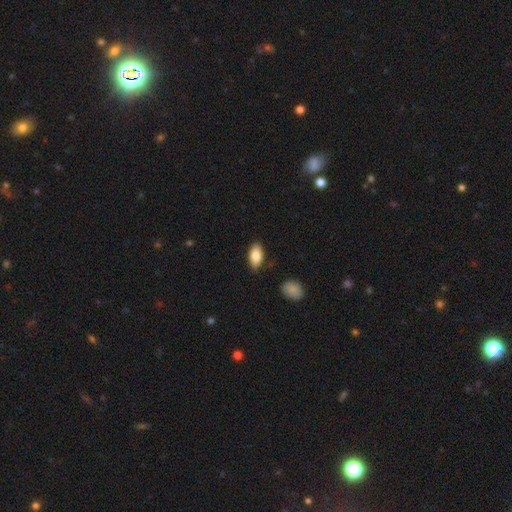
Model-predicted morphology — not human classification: Smooth or featured? smooth (83%)
How rounded? in between (92%)
Merging? none (84%)